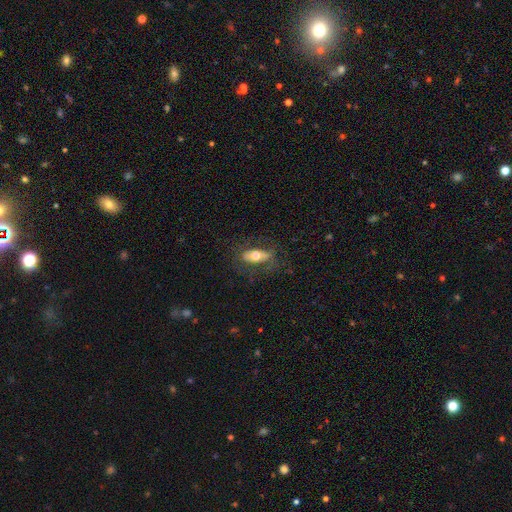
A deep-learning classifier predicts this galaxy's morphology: smooth-or-featured: smooth: 56% | featured or disk: 36% | star or artifact: 7%
  how-rounded: in between: 79% | cigar-shaped: 16% | round: 5%
  merging: none: 73% | minor disturbance: 16% | major disturbance: 10% | merger: 1%